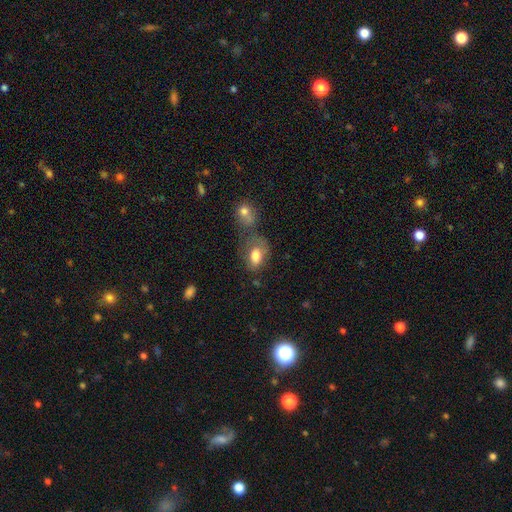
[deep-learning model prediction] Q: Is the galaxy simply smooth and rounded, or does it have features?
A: smooth — 75%.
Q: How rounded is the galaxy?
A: in between — 83%.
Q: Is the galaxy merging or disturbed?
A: none — 33%.